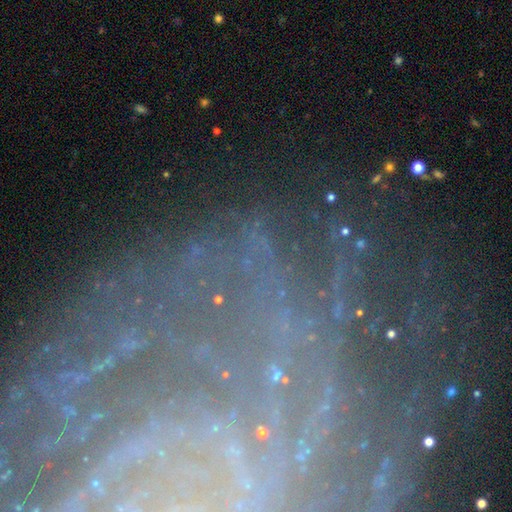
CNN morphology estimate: Smooth or featured?
  - star or artifact: 43% * (tied)
  - featured or disk: 43% * (tied)
  - smooth: 14%